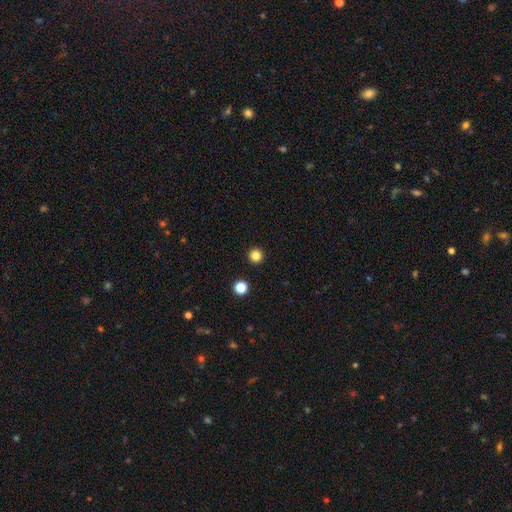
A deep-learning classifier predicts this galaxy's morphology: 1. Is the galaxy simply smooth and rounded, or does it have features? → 83% smooth, 13% star or artifact, 4% featured or disk.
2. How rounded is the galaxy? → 96% round, 3% in between, 1% cigar-shaped.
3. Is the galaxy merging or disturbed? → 94% none, 3% minor disturbance, 1% major disturbance, 1% merger.